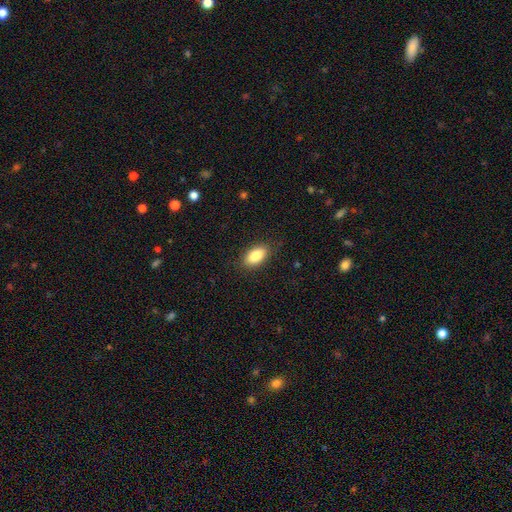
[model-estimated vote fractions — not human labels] Smooth or featured?
  - smooth: 85% *
  - featured or disk: 8%
  - star or artifact: 7%
How rounded?
  - in between: 92% *
  - round: 5%
  - cigar-shaped: 3%
Merging?
  - none: 85% *
  - minor disturbance: 11%
  - major disturbance: 3%
  - merger: 1%